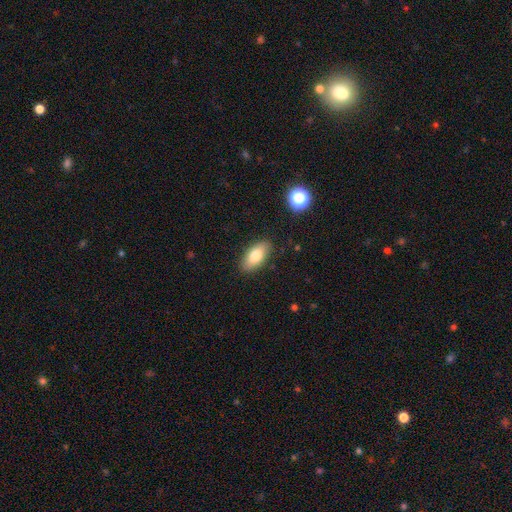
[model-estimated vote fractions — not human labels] Smooth or featured?
  - smooth: 78% *
  - featured or disk: 15%
  - star or artifact: 8%
How rounded?
  - in between: 88% *
  - cigar-shaped: 8%
  - round: 4%
Merging?
  - none: 87% *
  - minor disturbance: 10%
  - major disturbance: 2%
  - merger: 1%